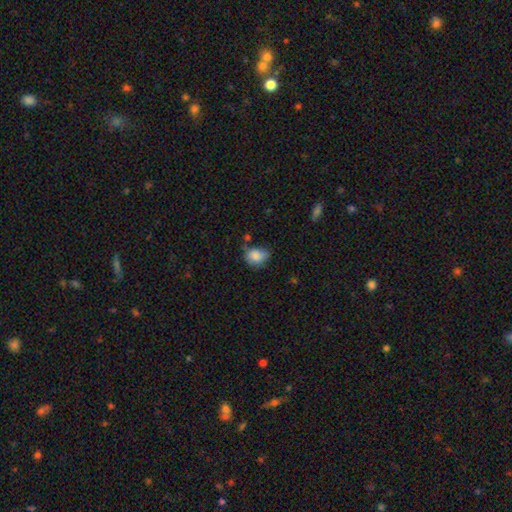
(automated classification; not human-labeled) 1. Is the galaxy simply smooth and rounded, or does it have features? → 83% smooth, 9% featured or disk, 8% star or artifact.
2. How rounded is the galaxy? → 55% in between, 44% round, 1% cigar-shaped.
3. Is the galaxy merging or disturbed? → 51% none, 34% minor disturbance, 9% major disturbance, 6% merger.